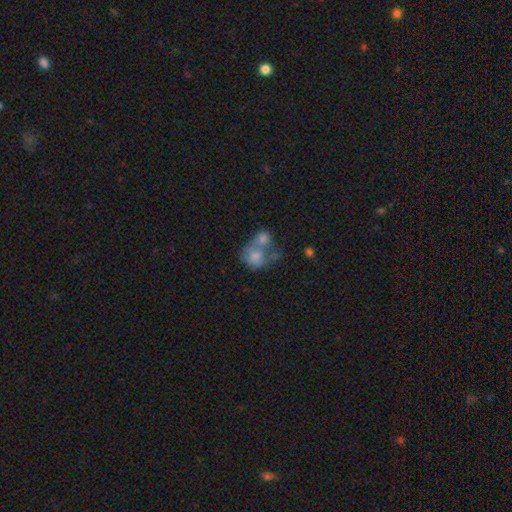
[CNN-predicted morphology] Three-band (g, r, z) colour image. It shows a smooth galaxy with no disk features (69%) that is round (59%). Merging: merger (68%).